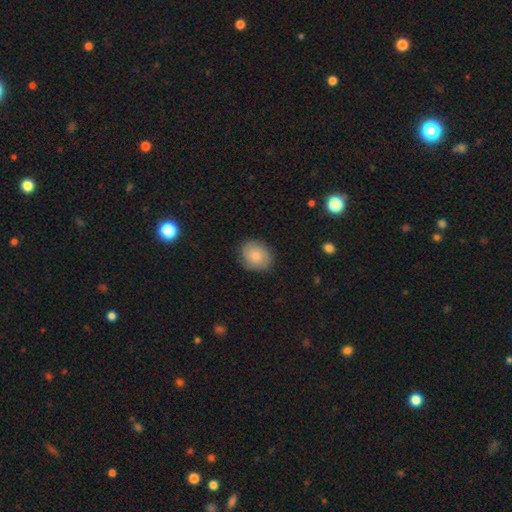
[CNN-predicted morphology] Smooth or featured? Predicted: smooth (p=0.78). How rounded? Predicted: round (p=0.67). Merging? Predicted: none (p=0.84).